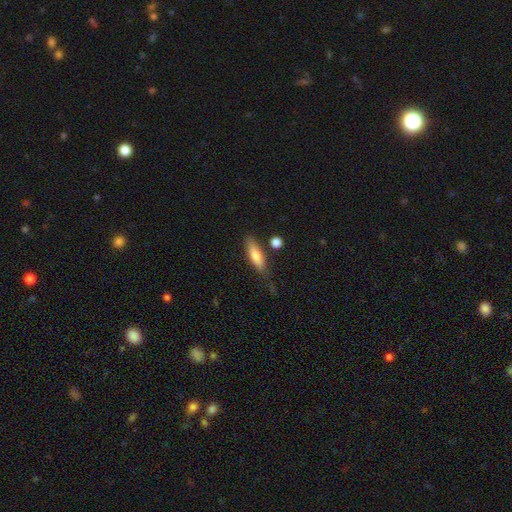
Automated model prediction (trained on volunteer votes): Morphology: type=smooth (74%); roundness=cigar-shaped (53%); merging=none (73%).